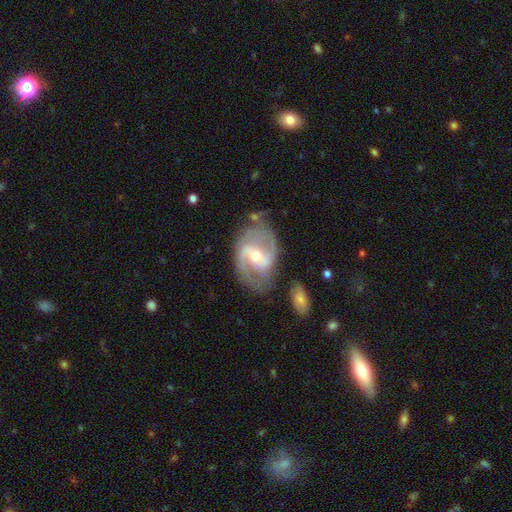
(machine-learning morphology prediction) Q: Smooth or featured?
A: featured or disk (88%); runner-up: smooth (7%)
Q: Edge-on disk?
A: no (97%); runner-up: yes (3%)
Q: Bar?
A: weak (47%); runner-up: strong (30%)
Q: Spiral arms?
A: yes (96%); runner-up: no (4%)
Q: Spiral winding?
A: medium (55%); runner-up: loose (28%)
Q: Spiral arm count?
A: 2 (89%); runner-up: can't tell (4%)
Q: Bulge size?
A: small (49%); runner-up: moderate (47%)
Q: Merging?
A: none (68%); runner-up: minor disturbance (18%)